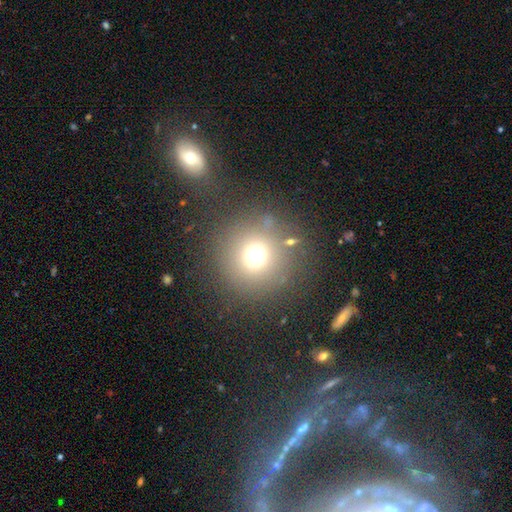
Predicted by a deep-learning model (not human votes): A smooth galaxy with no disk features (68%) that is round (95%). Merging: none (80%).